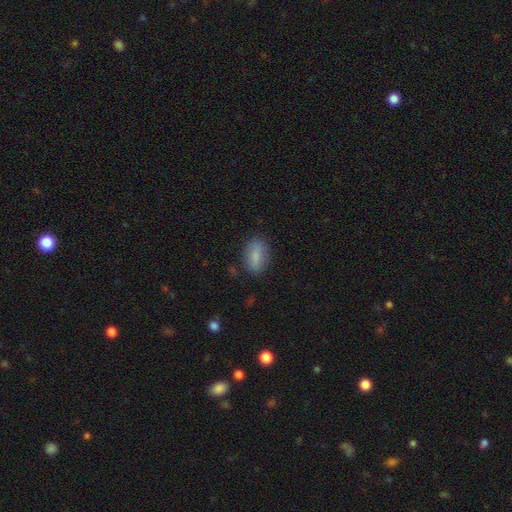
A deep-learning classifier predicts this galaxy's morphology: smooth_or_featured: smooth (p=0.82) [alt: featured or disk p=0.10]
how_rounded: in between (p=0.88) [alt: round p=0.07]
merging: none (p=0.80) [alt: minor disturbance p=0.14]